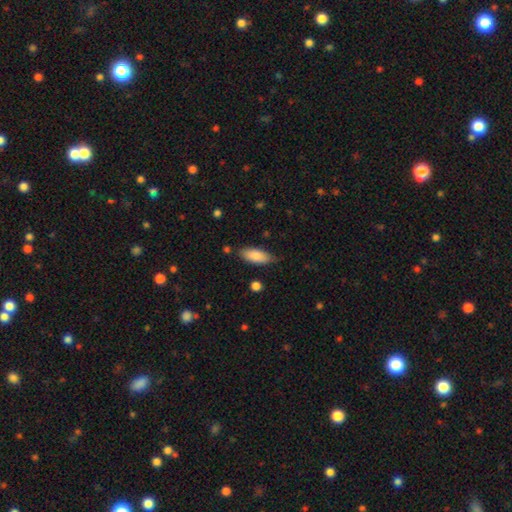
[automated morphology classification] This appears to be a smooth galaxy with no disk features (84%) that is in between round and cigar-shaped (81%). Merging: none (77%).